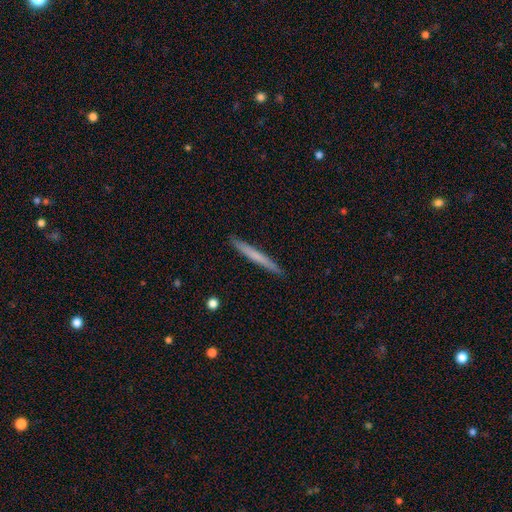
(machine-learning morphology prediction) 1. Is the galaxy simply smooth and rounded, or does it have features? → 64% smooth, 31% featured or disk, 5% star or artifact.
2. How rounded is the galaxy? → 97% cigar-shaped, 2% in between, 1% round.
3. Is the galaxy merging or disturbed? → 91% none, 6% minor disturbance, 1% major disturbance, 1% merger.